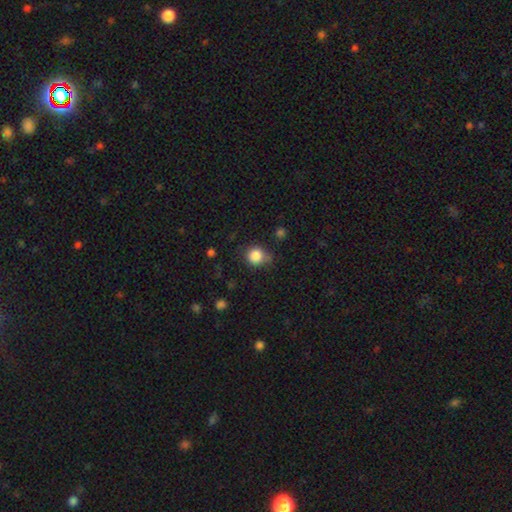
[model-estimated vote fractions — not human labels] This appears to be a smooth galaxy with no disk features (85%) that is round (87%). Merging: none (70%).